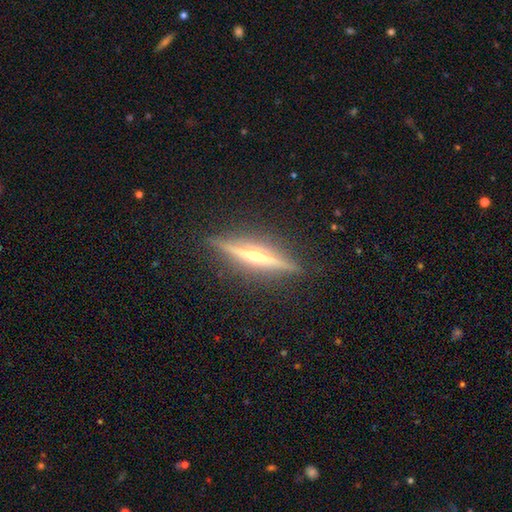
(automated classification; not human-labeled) Smooth or featured? featured or disk (83%)
Edge-on disk? yes (97%)
Edge-on bulge? rounded (89%)
Merging? none (89%)